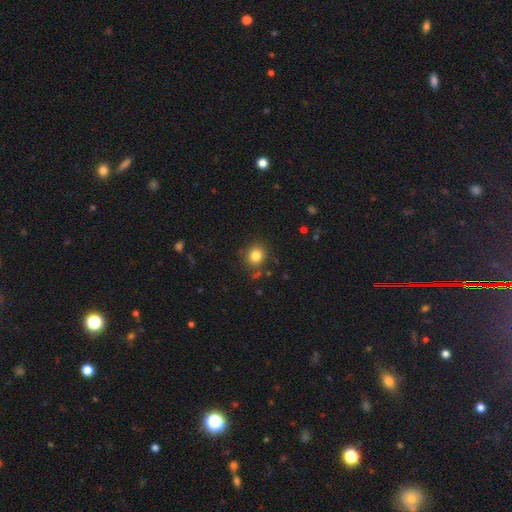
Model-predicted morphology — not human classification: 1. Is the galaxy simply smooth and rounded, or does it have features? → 81% smooth, 12% star or artifact, 7% featured or disk.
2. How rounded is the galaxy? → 80% round, 19% in between, 1% cigar-shaped.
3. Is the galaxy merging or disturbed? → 82% none, 11% minor disturbance, 4% merger, 3% major disturbance.